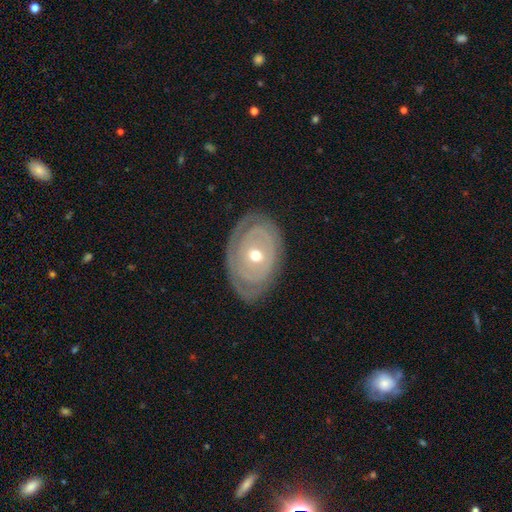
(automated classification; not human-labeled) Q: Smooth or featured?
A: featured or disk (77%); runner-up: smooth (18%)
Q: Edge-on disk?
A: no (94%); runner-up: yes (6%)
Q: Bar?
A: no (81%); runner-up: weak (14%)
Q: Spiral arms?
A: yes (67%); runner-up: no (33%)
Q: Bulge size?
A: moderate (62%); runner-up: small (34%)
Q: Merging?
A: none (79%); runner-up: minor disturbance (15%)